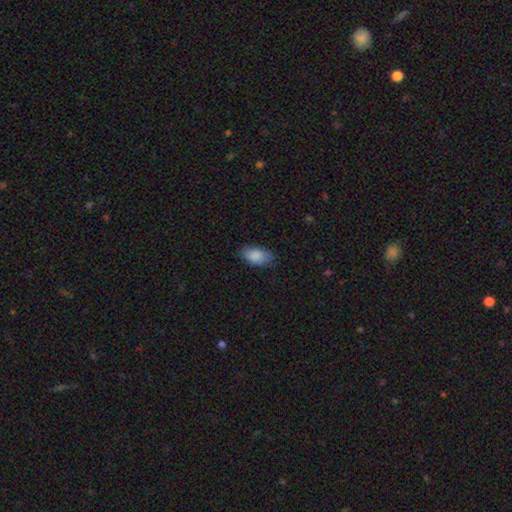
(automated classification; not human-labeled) Smooth or featured: smooth — 87% (star or artifact — 7%)
How rounded: in between — 93% (round — 4%)
Merging: none — 79% (minor disturbance — 17%)